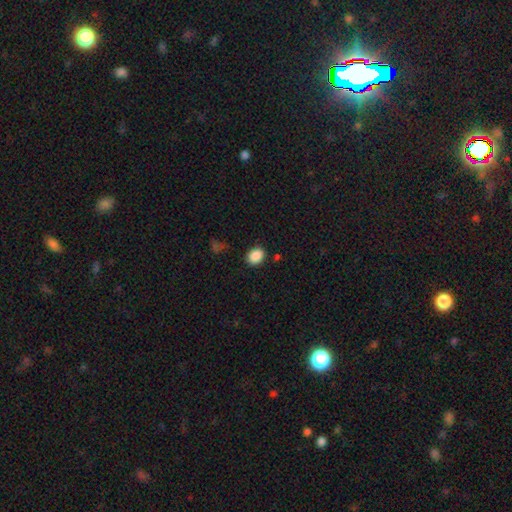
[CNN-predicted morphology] Smooth or featured? Predicted: smooth (p=0.88). How rounded? Predicted: in between (p=0.52). Merging? Predicted: none (p=0.84).